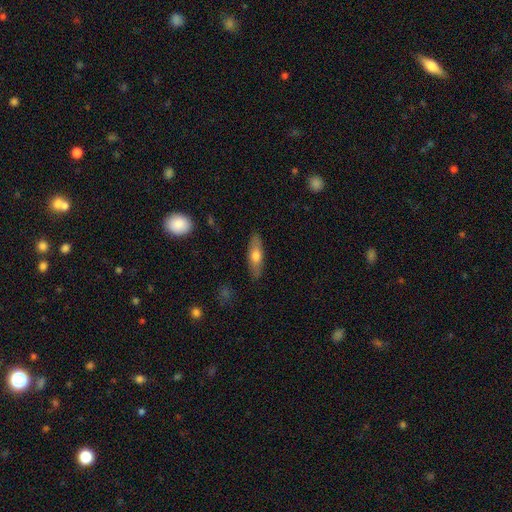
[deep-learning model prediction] This appears to be a smooth galaxy with no disk features (64%) that is in between round and cigar-shaped (56%). Merging: none (87%).